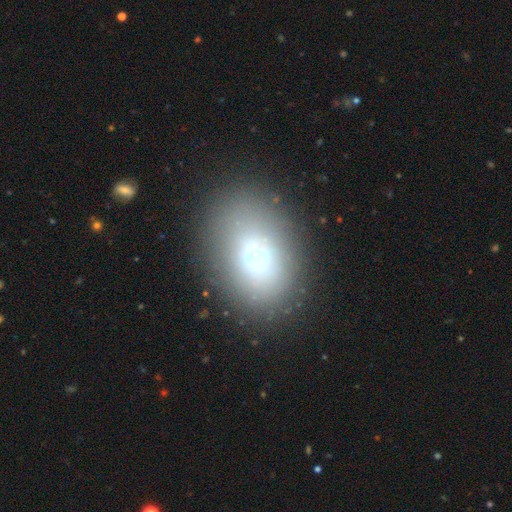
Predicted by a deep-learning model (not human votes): smooth_or_featured: smooth (p=0.63) [alt: featured or disk p=0.21]
how_rounded: in between (p=0.72) [alt: round p=0.26]
merging: none (p=0.81) [alt: minor disturbance p=0.12]